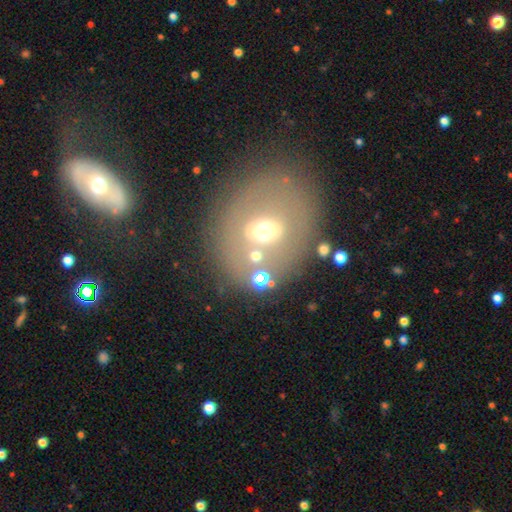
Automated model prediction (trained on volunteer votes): Smooth or featured?
  - smooth: 50% *
  - featured or disk: 26%
  - star or artifact: 24%
How rounded?
  - round: 70% *
  - in between: 29%
  - cigar-shaped: 2%
Merging?
  - none: 62% *
  - merger: 18%
  - minor disturbance: 12%
  - major disturbance: 8%